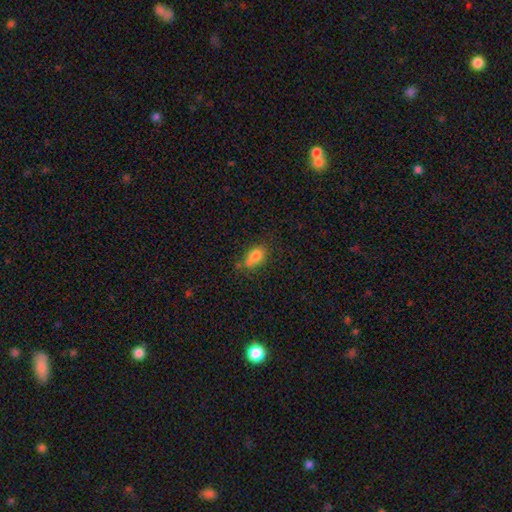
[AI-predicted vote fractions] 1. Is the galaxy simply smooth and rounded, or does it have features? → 79% smooth, 11% star or artifact, 10% featured or disk.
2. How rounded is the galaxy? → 74% in between, 22% round, 3% cigar-shaped.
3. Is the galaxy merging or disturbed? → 49% none, 25% minor disturbance, 18% merger, 8% major disturbance.